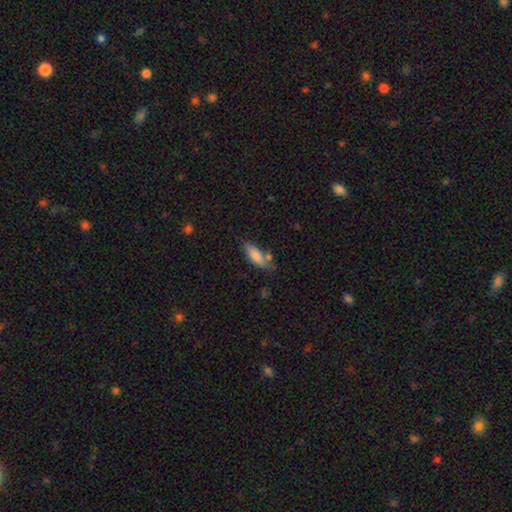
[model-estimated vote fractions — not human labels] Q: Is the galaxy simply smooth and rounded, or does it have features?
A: smooth — 81%.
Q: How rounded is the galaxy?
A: in between — 63%.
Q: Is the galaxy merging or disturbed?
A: none — 60%.